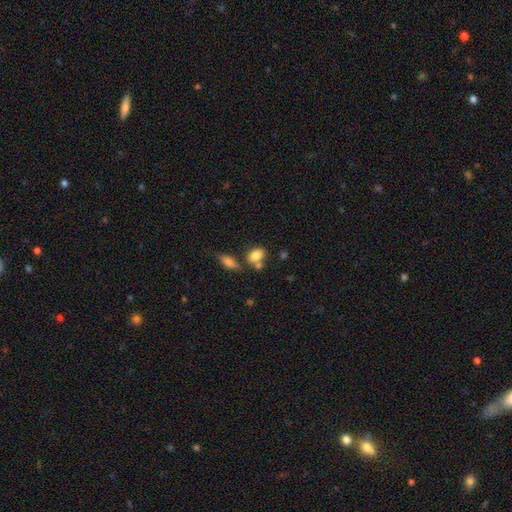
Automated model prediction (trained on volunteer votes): smooth_or_featured: smooth (p=0.81) [alt: featured or disk p=0.10]
how_rounded: in between (p=0.83) [alt: round p=0.14]
merging: none (p=0.51) [alt: merger p=0.29]